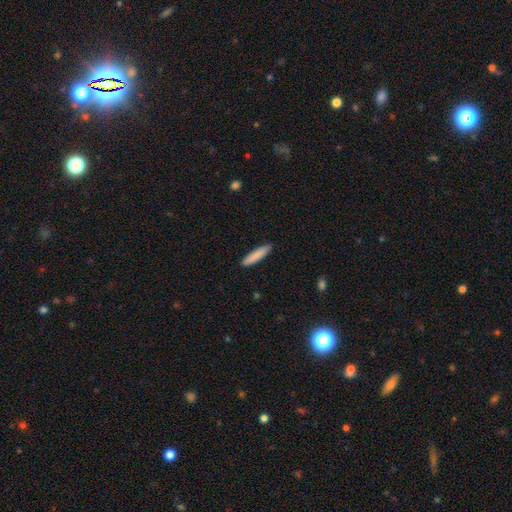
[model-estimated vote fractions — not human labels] Smooth or featured? smooth (86%)
How rounded? cigar-shaped (86%)
Merging? none (90%)